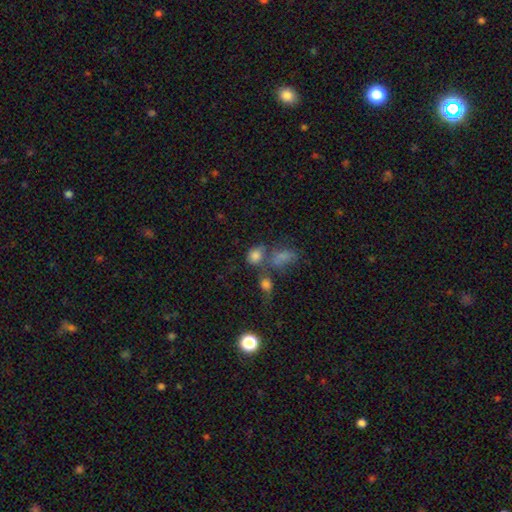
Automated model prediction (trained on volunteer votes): Morphology: type=smooth (76%); roundness=round (50%); merging=merger (38%, tied with none).